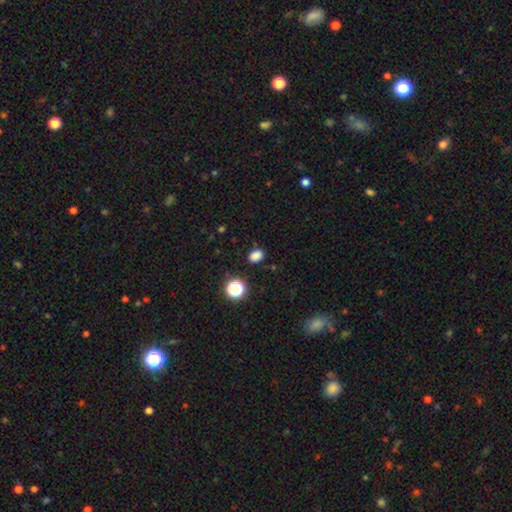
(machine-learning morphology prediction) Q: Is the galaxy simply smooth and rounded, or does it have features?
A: smooth — 82%.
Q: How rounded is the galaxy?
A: in between — 71%.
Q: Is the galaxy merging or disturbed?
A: none — 85%.